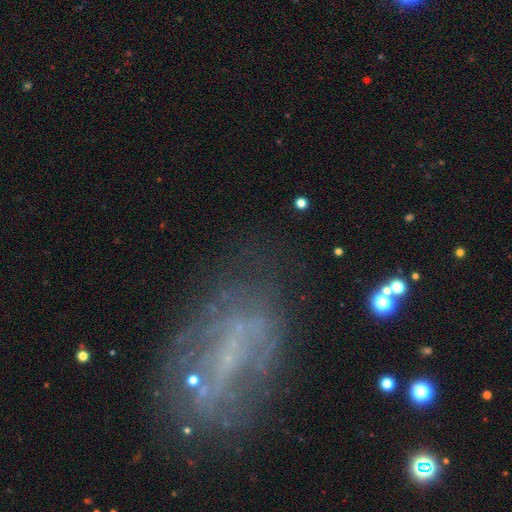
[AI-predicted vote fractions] Smooth or featured: featured or disk — 62% (smooth — 21%)
Edge-on disk: no — 94% (yes — 6%)
Bar: no — 54% (weak — 30%)
Spiral arms: no — 60% (yes — 40%)
Bulge size: none — 51% (small — 41%)
Merging: none — 55% (minor disturbance — 21%)